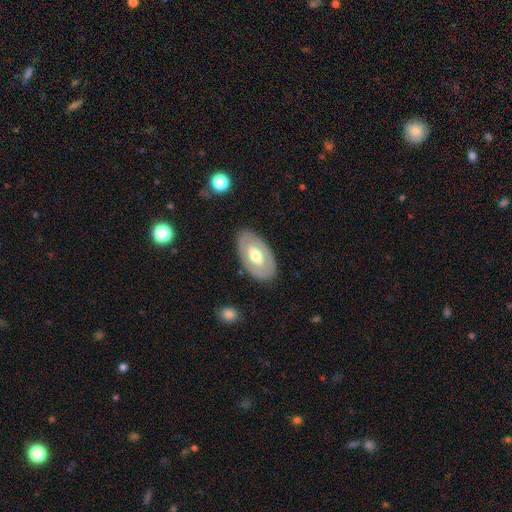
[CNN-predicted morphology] Smooth or featured? Predicted: featured or disk (p=0.55). Edge-on disk? Predicted: no (p=0.88). Merging? Predicted: none (p=0.85).